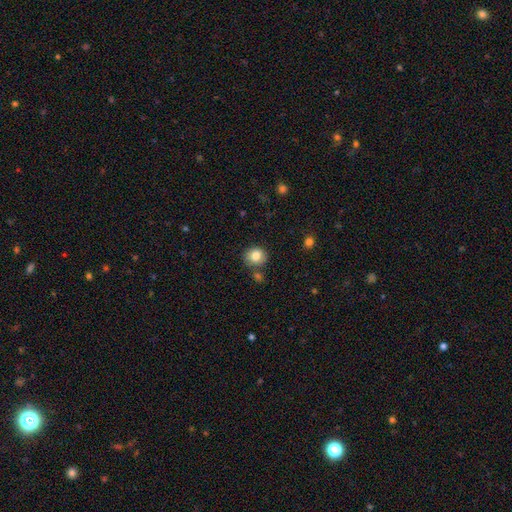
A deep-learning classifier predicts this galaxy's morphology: smooth_or_featured: smooth (p=0.82) [alt: star or artifact p=0.09]
how_rounded: round (p=0.78) [alt: in between p=0.21]
merging: none (p=0.76) [alt: minor disturbance p=0.13]